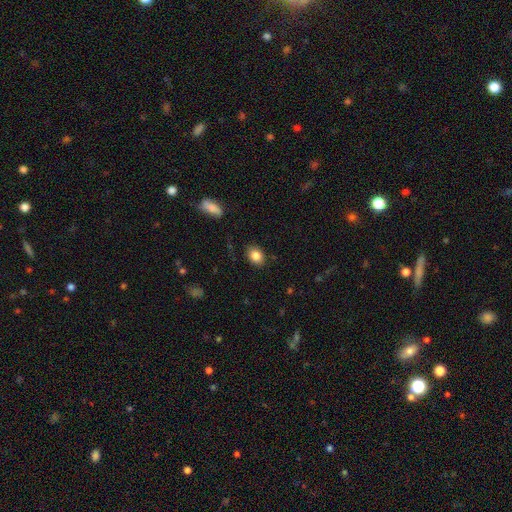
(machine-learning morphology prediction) smooth-or-featured: smooth: 85% | star or artifact: 9% | featured or disk: 7%
  how-rounded: in between: 69% | round: 29% | cigar-shaped: 1%
  merging: none: 86% | minor disturbance: 10% | major disturbance: 3% | merger: 1%